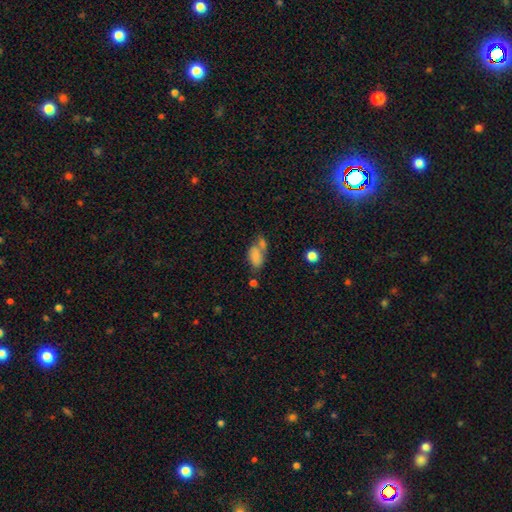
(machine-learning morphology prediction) A smooth galaxy with no disk features (74%) that is in between round and cigar-shaped (90%).

Vote fractions:
- Smooth or featured? smooth: 74% / featured or disk: 17% / star or artifact: 10%
- How rounded? in between: 90% / round: 6% / cigar-shaped: 3%
- Merging? merger: 41% / none: 31% / minor disturbance: 18% / major disturbance: 11%